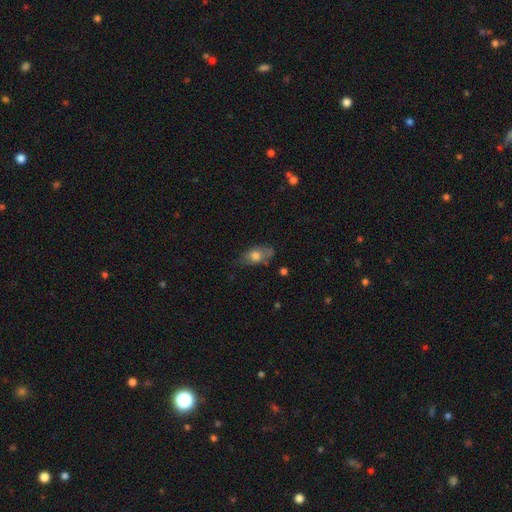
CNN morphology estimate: smooth_or_featured: smooth (p=0.71) [alt: featured or disk p=0.21]
how_rounded: in between (p=0.83) [alt: round p=0.11]
merging: none (p=0.58) [alt: minor disturbance p=0.29]